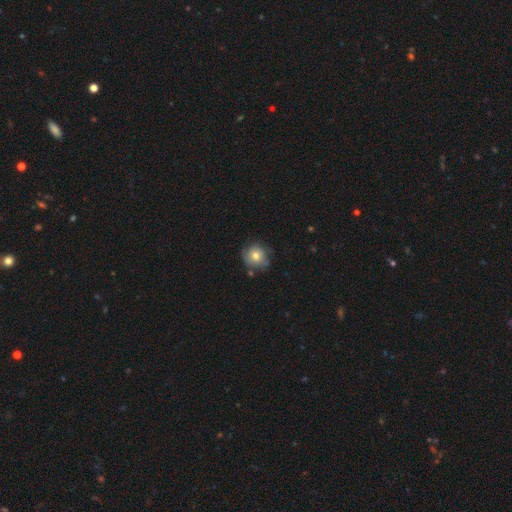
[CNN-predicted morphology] Smooth or featured?
  - smooth: 70% *
  - featured or disk: 21%
  - star or artifact: 10%
How rounded?
  - round: 89% *
  - in between: 10%
  - cigar-shaped: 1%
Merging?
  - none: 70% *
  - minor disturbance: 21%
  - major disturbance: 5%
  - merger: 4%